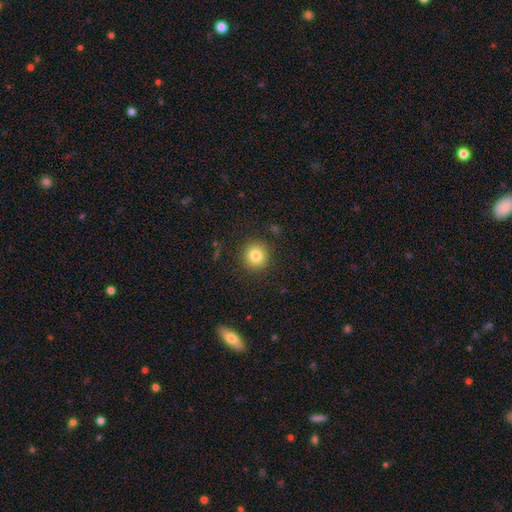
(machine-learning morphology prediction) A smooth galaxy with no disk features (82%) that is round (94%). Merging: none (90%).